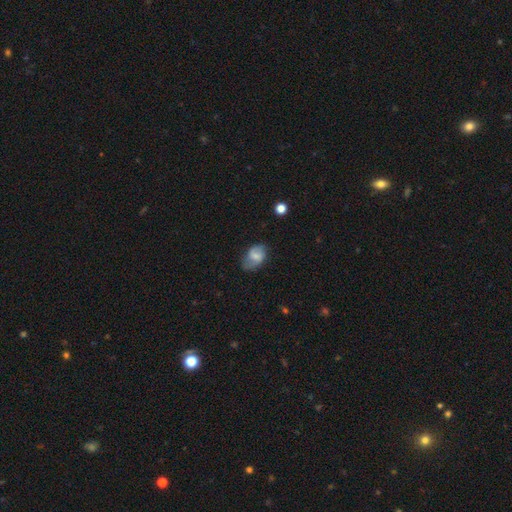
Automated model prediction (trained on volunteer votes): Smooth or featured: smooth — 47% (featured or disk — 45%)
Merging: none — 62% (minor disturbance — 27%)